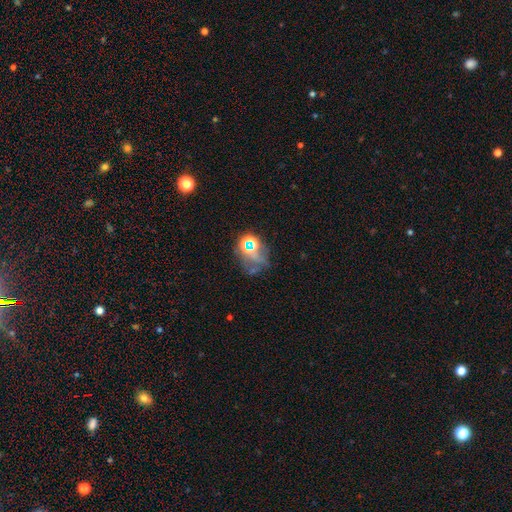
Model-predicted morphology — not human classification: Smooth or featured? star or artifact (42%)